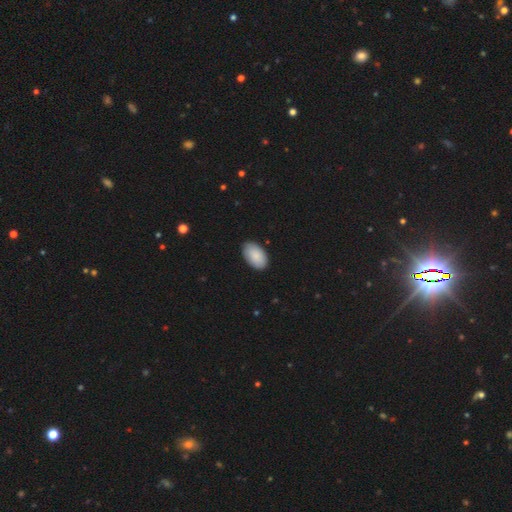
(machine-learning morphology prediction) This is clearly a smooth galaxy (88%). How rounded: clearly in between (94%). Merging: clearly none (86%).